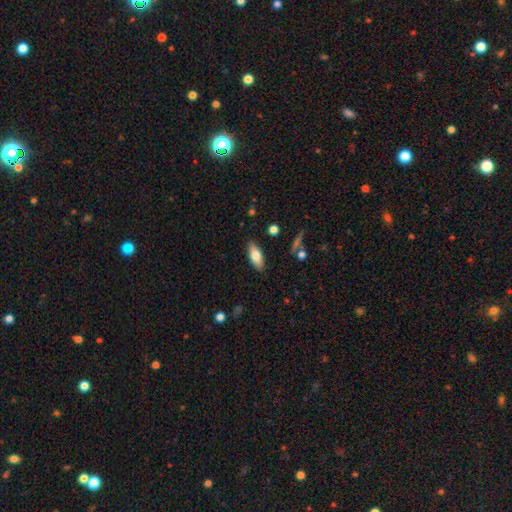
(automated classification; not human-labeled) Overall: smooth (75%). How rounded: in between (79%). Merging: none (87%).